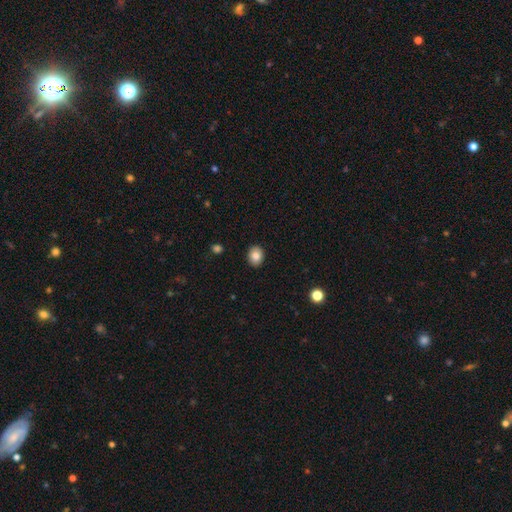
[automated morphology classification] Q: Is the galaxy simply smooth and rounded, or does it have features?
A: smooth — 84%.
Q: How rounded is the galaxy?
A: in between — 50%.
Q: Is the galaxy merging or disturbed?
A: none — 90%.